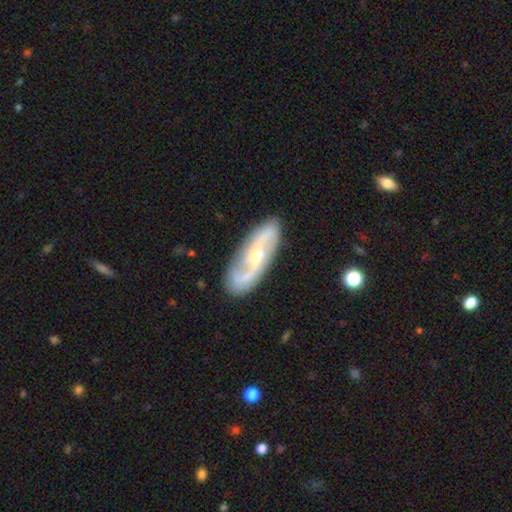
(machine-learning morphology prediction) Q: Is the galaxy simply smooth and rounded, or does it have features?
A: featured or disk — 83%.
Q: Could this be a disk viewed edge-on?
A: no — 92%.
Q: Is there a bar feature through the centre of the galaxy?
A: no — 44%.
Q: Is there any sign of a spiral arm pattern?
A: yes — 95%.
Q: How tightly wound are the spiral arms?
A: loose — 45%.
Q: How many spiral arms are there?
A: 2 — 87%.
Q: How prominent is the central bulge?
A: moderate — 51%.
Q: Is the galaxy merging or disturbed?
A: none — 82%.